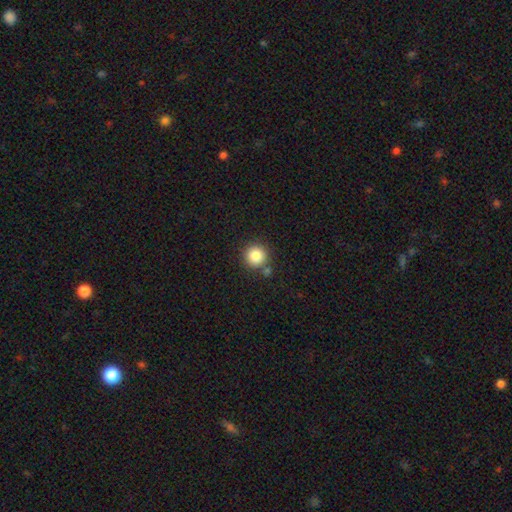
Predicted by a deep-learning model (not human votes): This is clearly a smooth galaxy (85%). How rounded: clearly round (94%). Merging: likely none (79%).